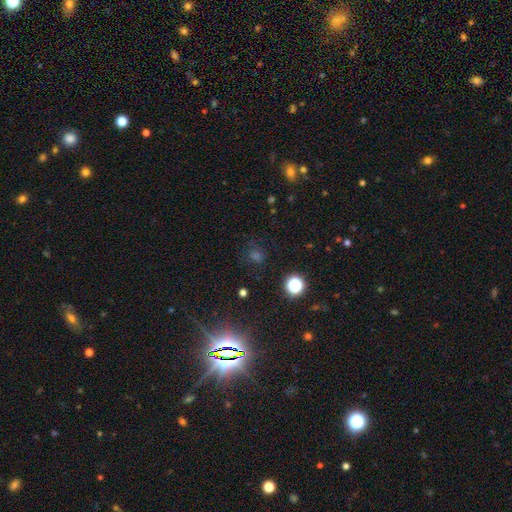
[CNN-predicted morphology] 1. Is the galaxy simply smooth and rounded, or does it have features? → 58% star or artifact, 34% smooth, 9% featured or disk.